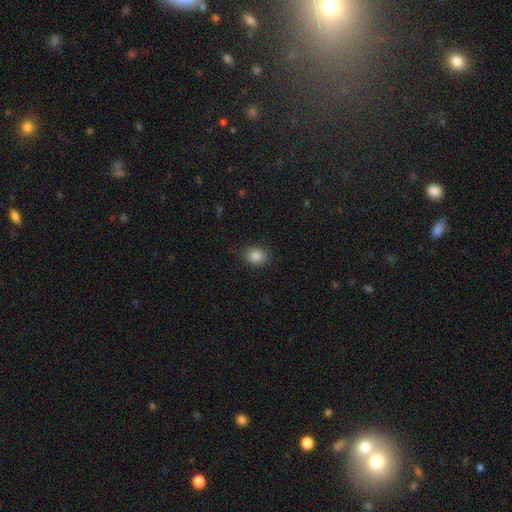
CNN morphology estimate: smooth-or-featured: smooth: 86% | star or artifact: 10% | featured or disk: 4%
  how-rounded: round: 53% | in between: 46% | cigar-shaped: 1%
  merging: none: 87% | minor disturbance: 9% | major disturbance: 3% | merger: 1%